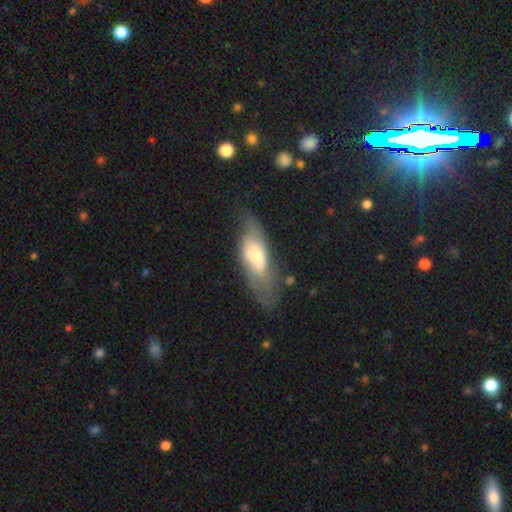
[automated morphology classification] The model was most divided on "smooth or featured": smooth: 47%, featured or disk: 46%, star or artifact: 7%. Remaining: merging — none (48%).